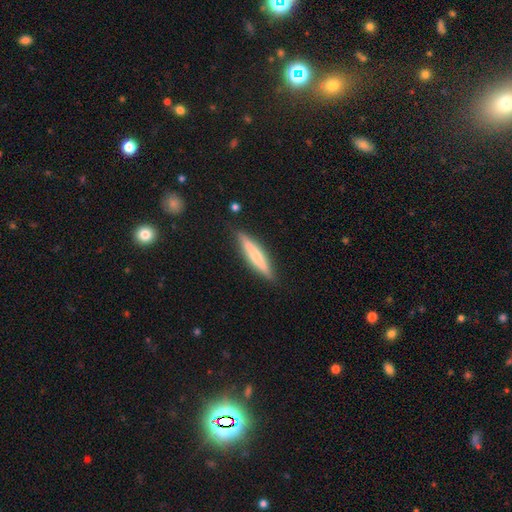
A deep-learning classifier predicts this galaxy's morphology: The model was most divided on "smooth or featured": smooth: 55%, featured or disk: 39%, star or artifact: 6%. More confident: how rounded — cigar-shaped (89%); merging — none (86%).